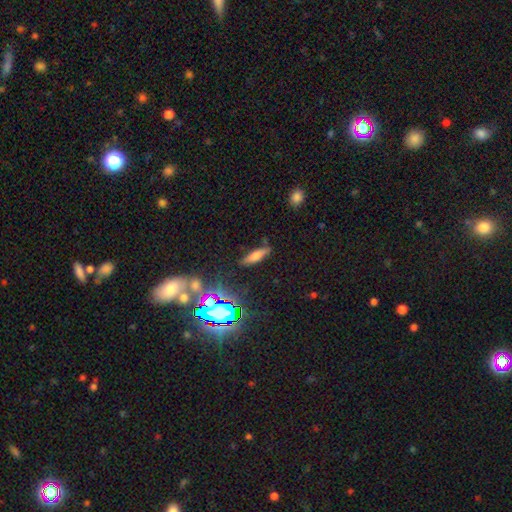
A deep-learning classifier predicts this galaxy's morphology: Overall: smooth (63%). How rounded: cigar-shaped (65%; in between 32%). Merging: none (83%).